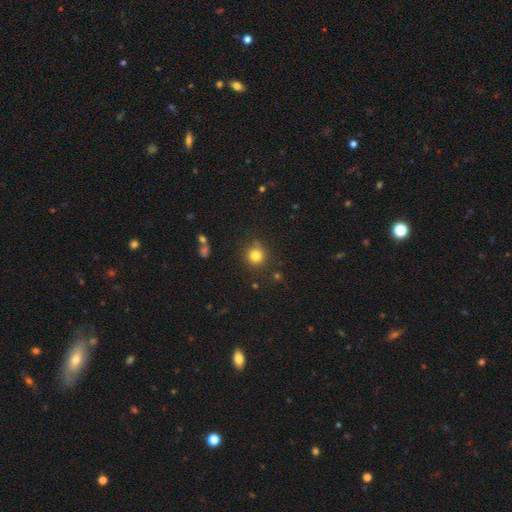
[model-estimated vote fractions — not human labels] smooth-or-featured: smooth: 80% | star or artifact: 14% | featured or disk: 7%
  how-rounded: round: 90% | in between: 9% | cigar-shaped: 1%
  merging: none: 79% | minor disturbance: 14% | major disturbance: 4% | merger: 4%